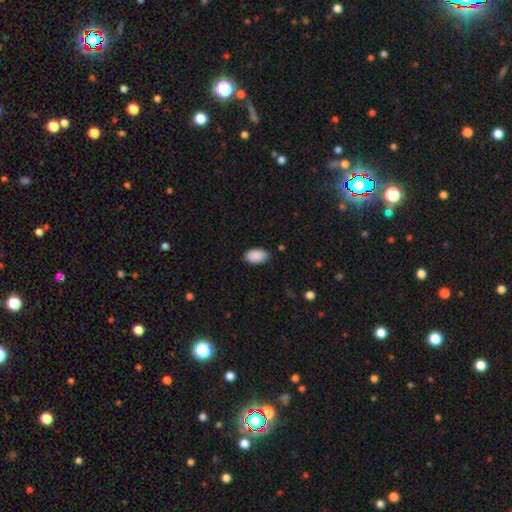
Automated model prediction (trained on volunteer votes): Smooth or featured? Predicted: smooth (p=0.90). How rounded? Predicted: in between (p=0.95). Merging? Predicted: none (p=0.82).